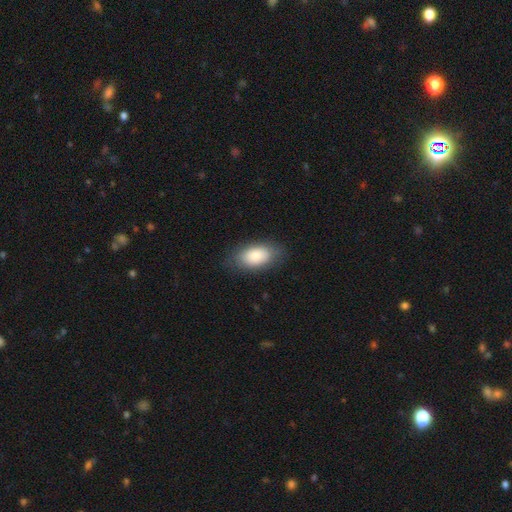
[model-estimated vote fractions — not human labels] Overall: smooth (84%). How rounded: in between (92%). Merging: none (80%).